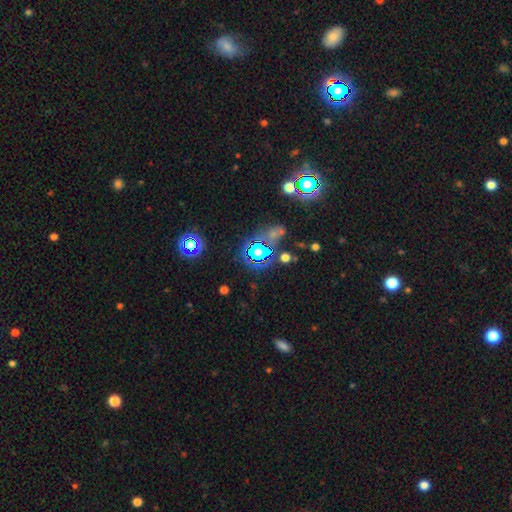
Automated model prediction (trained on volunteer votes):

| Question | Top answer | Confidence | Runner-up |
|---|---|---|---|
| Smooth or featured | star or artifact | 79% | smooth (12%) |